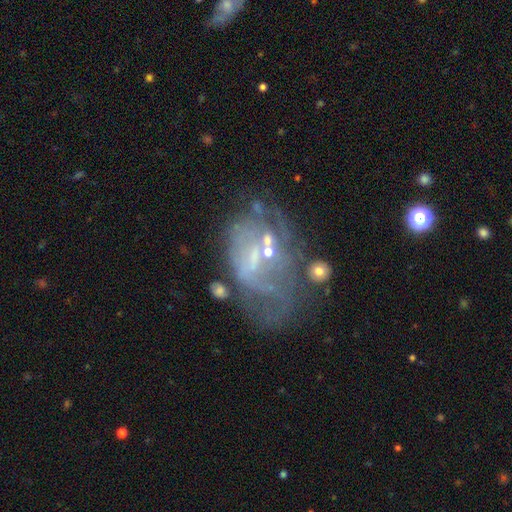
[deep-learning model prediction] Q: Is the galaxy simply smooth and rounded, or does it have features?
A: featured or disk — 67%.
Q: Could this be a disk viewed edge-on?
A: no — 97%.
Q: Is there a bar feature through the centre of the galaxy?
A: no — 55%.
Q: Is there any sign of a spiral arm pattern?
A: no — 60%.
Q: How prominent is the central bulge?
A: small — 49%.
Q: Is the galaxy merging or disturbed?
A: major disturbance — 34%.